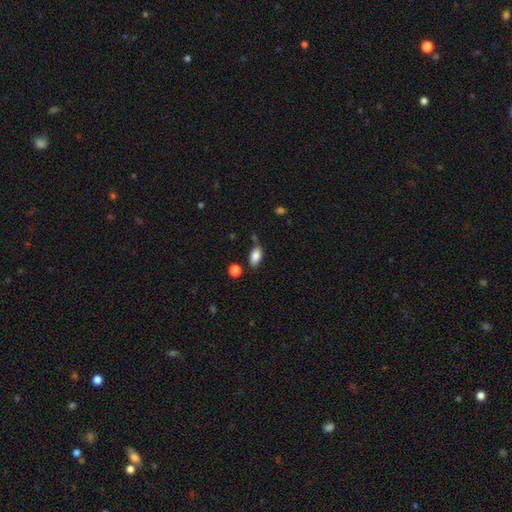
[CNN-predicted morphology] smooth_or_featured: smooth (p=0.85) [alt: star or artifact p=0.08]
how_rounded: in between (p=0.91) [alt: round p=0.06]
merging: none (p=0.73) [alt: minor disturbance p=0.17]